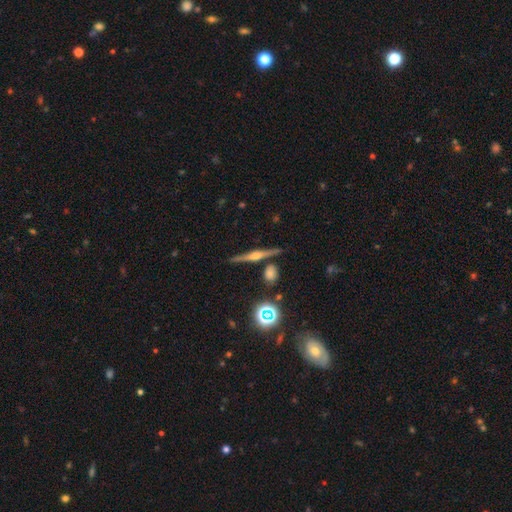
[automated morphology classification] This is likely a featured or disk galaxy (75%). It is clearly viewed edge-on (97%). Edge-on bulge: clearly rounded (86%). Merging: clearly none (85%).